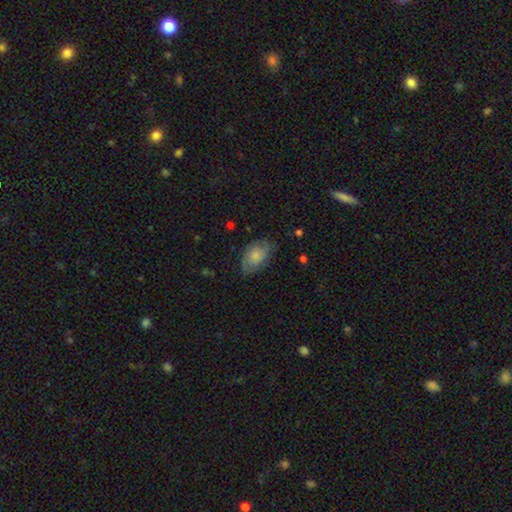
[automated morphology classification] A smooth galaxy with no disk features (62%) that is in between round and cigar-shaped (87%).

Vote fractions:
- Smooth or featured? smooth: 62% / featured or disk: 30% / star or artifact: 7%
- How rounded? in between: 87% / round: 11% / cigar-shaped: 2%
- Merging? none: 65% / minor disturbance: 26% / major disturbance: 8% / merger: 1%